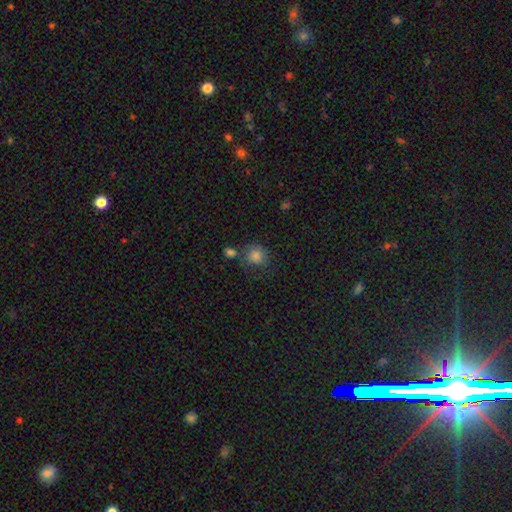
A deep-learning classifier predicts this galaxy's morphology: A smooth galaxy with no disk features (80%) that is round (82%).

Vote fractions:
- Smooth or featured? smooth: 80% / star or artifact: 13% / featured or disk: 7%
- How rounded? round: 82% / in between: 17% / cigar-shaped: 1%
- Merging? none: 60% / minor disturbance: 17% / merger: 15% / major disturbance: 8%